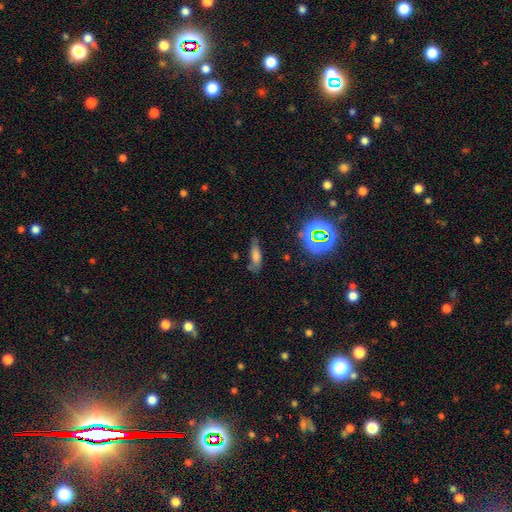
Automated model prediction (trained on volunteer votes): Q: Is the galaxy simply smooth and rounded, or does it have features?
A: smooth — 60%.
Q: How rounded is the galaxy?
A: in between — 55%.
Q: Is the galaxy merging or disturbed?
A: none — 63%.